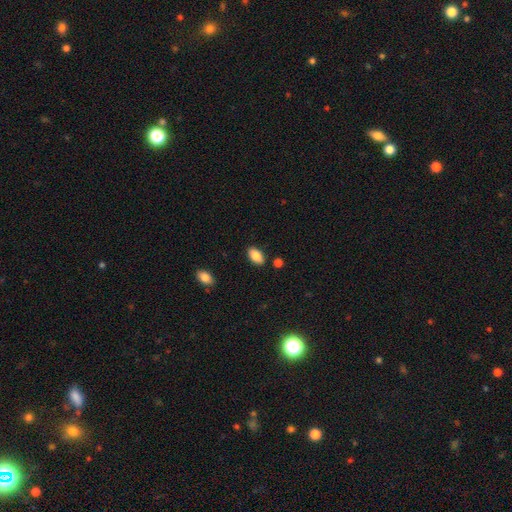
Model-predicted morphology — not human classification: Smooth or featured? smooth (87%)
How rounded? in between (94%)
Merging? none (86%)